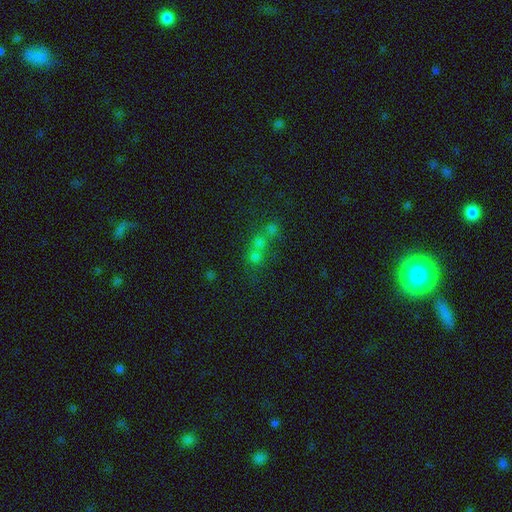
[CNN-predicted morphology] The model was most divided on "merging": merger: 54%, none: 36%, minor disturbance: 6%, major disturbance: 4%. More confident: how rounded — round (84%); smooth or featured — smooth (58%).